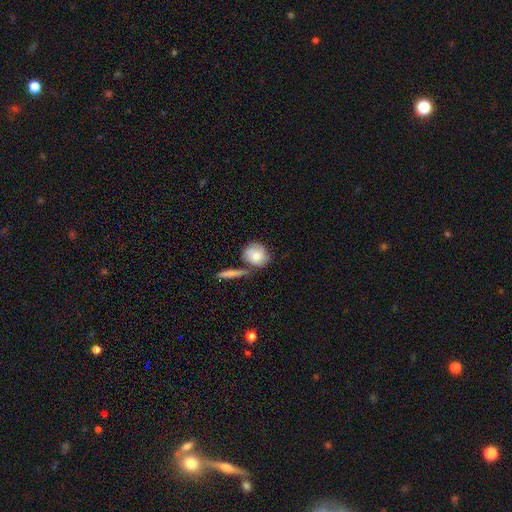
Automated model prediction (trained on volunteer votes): A smooth galaxy with no disk features (69%) that is round (76%).

Vote fractions:
- Smooth or featured? smooth: 69% / featured or disk: 24% / star or artifact: 7%
- How rounded? round: 76% / in between: 21% / cigar-shaped: 3%
- Merging? none: 54% / merger: 20% / minor disturbance: 19% / major disturbance: 7%